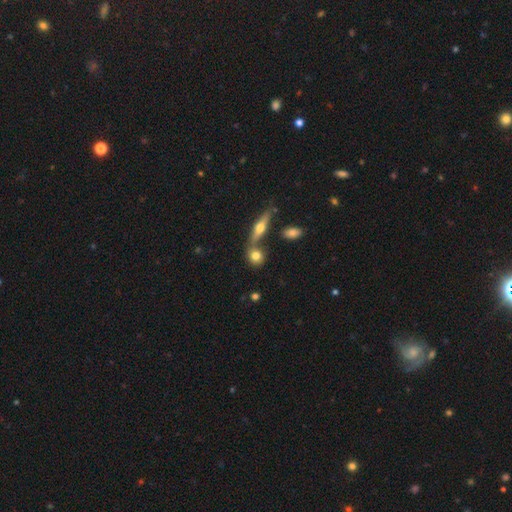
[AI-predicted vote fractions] Smooth or featured? smooth (73%)
How rounded? round (64%)
Merging? none (57%)